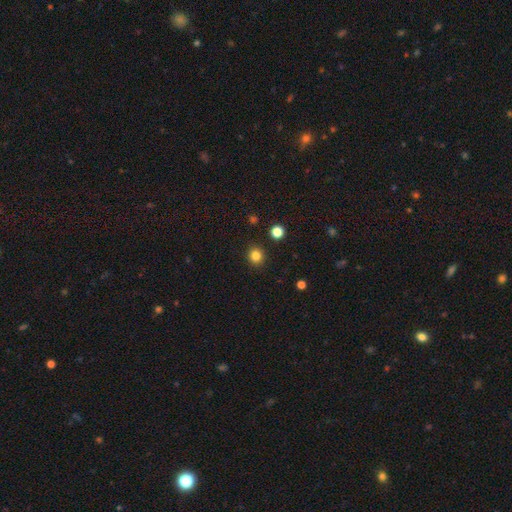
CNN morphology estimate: A smooth galaxy with no disk features (83%) that is round (90%). Merging: none (92%).